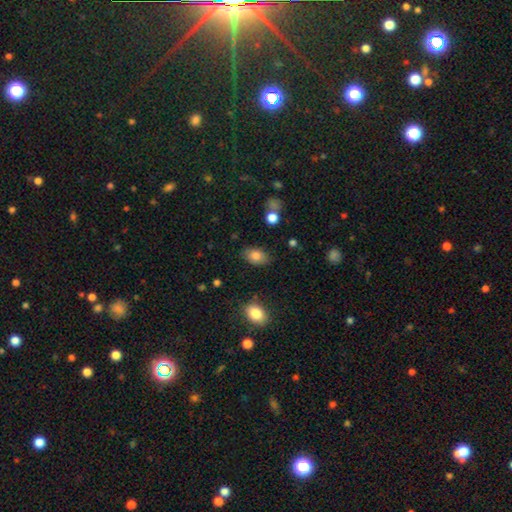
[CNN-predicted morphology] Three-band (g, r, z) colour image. It shows a smooth galaxy with no disk features (82%) that is in between round and cigar-shaped (84%). Merging: none (80%).